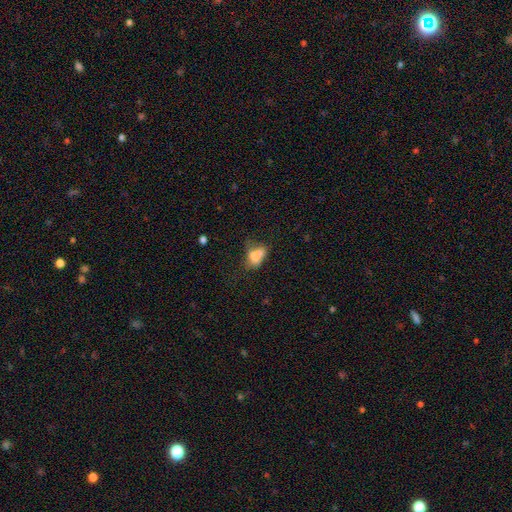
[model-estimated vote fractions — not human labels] Q: Smooth or featured?
A: smooth (70%); runner-up: featured or disk (18%)
Q: How rounded?
A: in between (78%); runner-up: round (19%)
Q: Merging?
A: none (29%); runner-up: minor disturbance (27%)